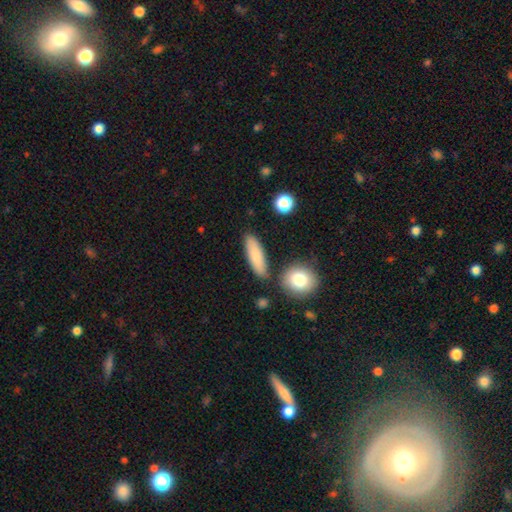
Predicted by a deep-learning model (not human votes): A smooth galaxy with no disk features (81%) that is in between round and cigar-shaped (50%).

Vote fractions:
- Smooth or featured? smooth: 81% / featured or disk: 13% / star or artifact: 7%
- How rounded? in between: 50% / cigar-shaped: 46% / round: 4%
- Merging? none: 81% / minor disturbance: 11% / merger: 6% / major disturbance: 3%